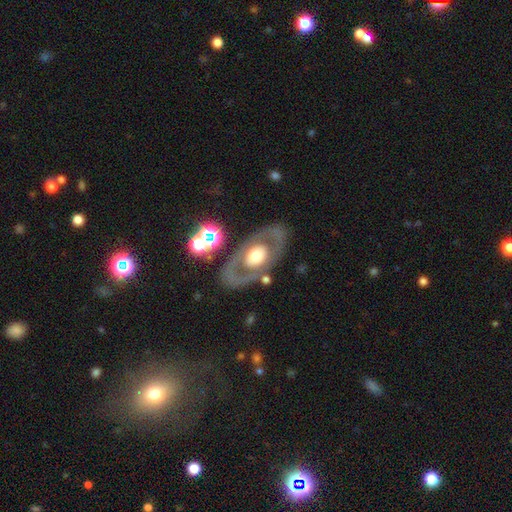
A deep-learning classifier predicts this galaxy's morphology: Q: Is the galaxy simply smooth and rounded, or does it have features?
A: featured or disk — 62%.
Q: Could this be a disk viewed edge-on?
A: no — 90%.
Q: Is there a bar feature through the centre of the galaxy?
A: no — 88%.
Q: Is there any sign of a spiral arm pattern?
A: no — 85%.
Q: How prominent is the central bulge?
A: moderate — 46%.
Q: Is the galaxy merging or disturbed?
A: none — 77%.